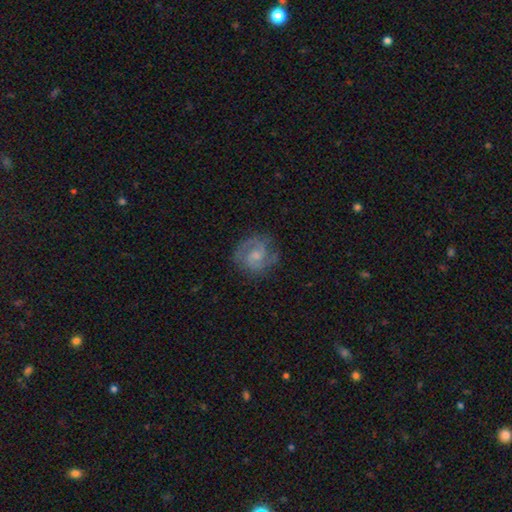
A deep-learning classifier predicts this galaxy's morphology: Q: Smooth or featured?
A: featured or disk (82%); runner-up: smooth (13%)
Q: Edge-on disk?
A: no (98%); runner-up: yes (2%)
Q: Bar?
A: no (50%); runner-up: weak (44%)
Q: Spiral arms?
A: yes (96%); runner-up: no (4%)
Q: Spiral winding?
A: medium (51%); runner-up: tight (37%)
Q: Spiral arm count?
A: 2 (81%); runner-up: can't tell (7%)
Q: Bulge size?
A: small (51%); runner-up: moderate (34%)
Q: Merging?
A: none (76%); runner-up: minor disturbance (16%)